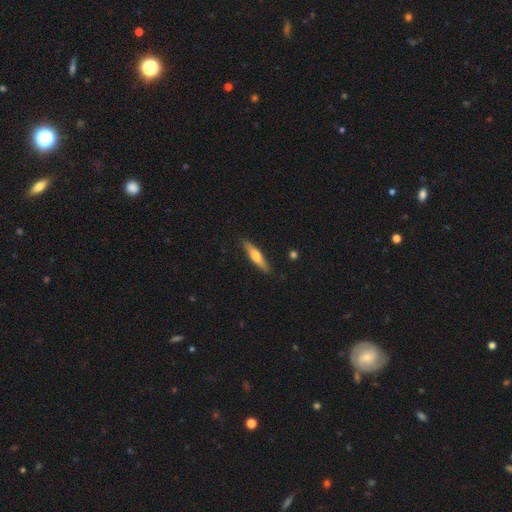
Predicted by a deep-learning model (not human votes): Smooth or featured: smooth — 50% (featured or disk — 45%)
Merging: none — 88% (minor disturbance — 9%)